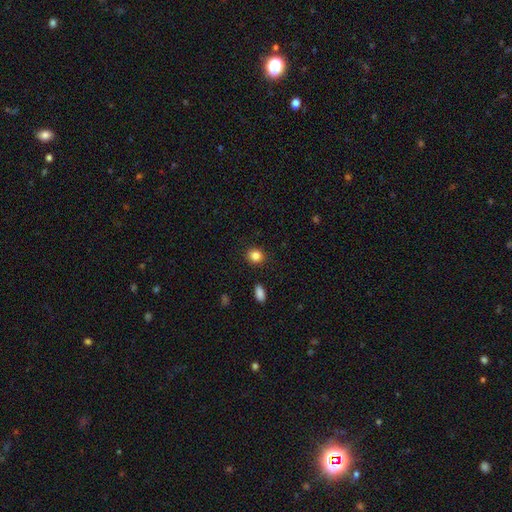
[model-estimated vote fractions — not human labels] This is clearly a smooth galaxy (85%). How rounded: likely round (80%). Merging: clearly none (90%).